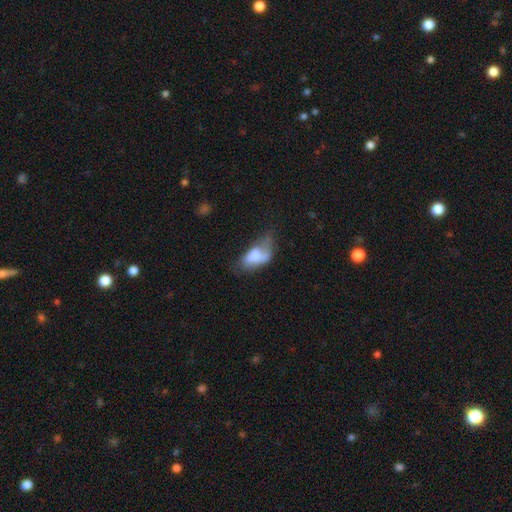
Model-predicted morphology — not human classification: The model was most divided on "merging": major disturbance: 39%, minor disturbance: 26%, none: 21%, merger: 14%. More confident: how rounded — in between (90%); smooth or featured — smooth (62%).